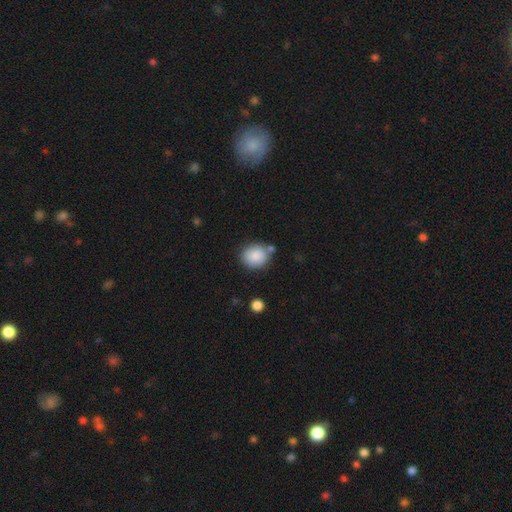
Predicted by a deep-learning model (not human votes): The model was most divided on "how rounded": round: 77%, in between: 22%, cigar-shaped: 1%. More confident: smooth or featured — smooth (86%); merging — none (70%).